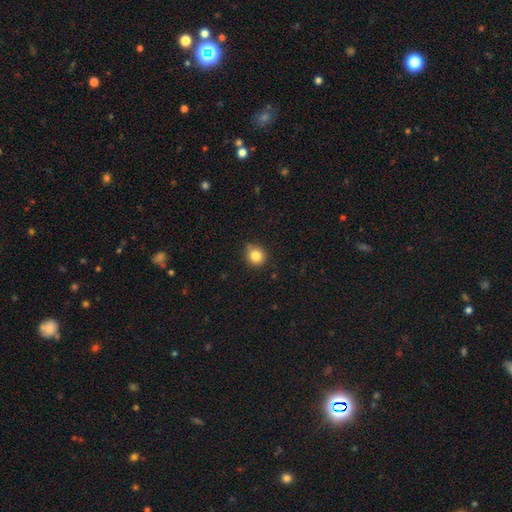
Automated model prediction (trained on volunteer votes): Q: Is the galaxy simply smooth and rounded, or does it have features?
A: smooth — 84%.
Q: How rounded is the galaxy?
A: round — 86%.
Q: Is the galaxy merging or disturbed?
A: none — 84%.